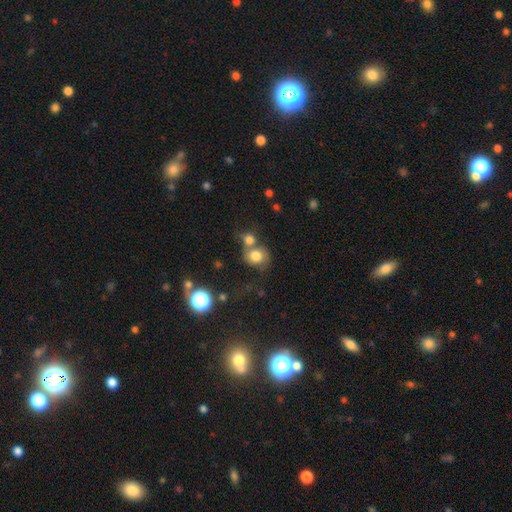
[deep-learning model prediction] Smooth or featured: smooth — 73% (featured or disk — 16%)
How rounded: round — 75% (in between — 24%)
Merging: merger — 48% (none — 32%)